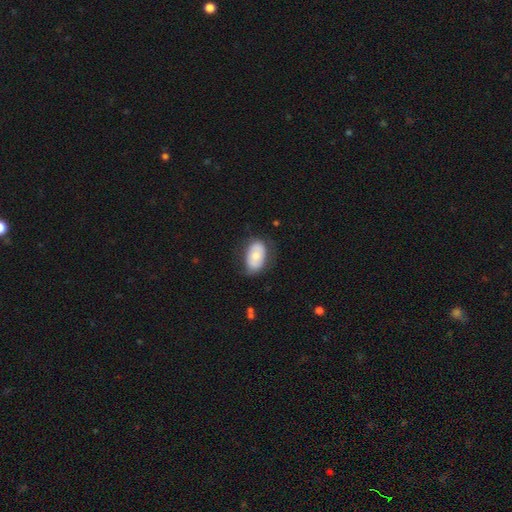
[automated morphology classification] smooth-or-featured: smooth: 69% | featured or disk: 25% | star or artifact: 6%
  how-rounded: in between: 92% | round: 7% | cigar-shaped: 1%
  merging: none: 70% | minor disturbance: 22% | major disturbance: 7% | merger: 1%